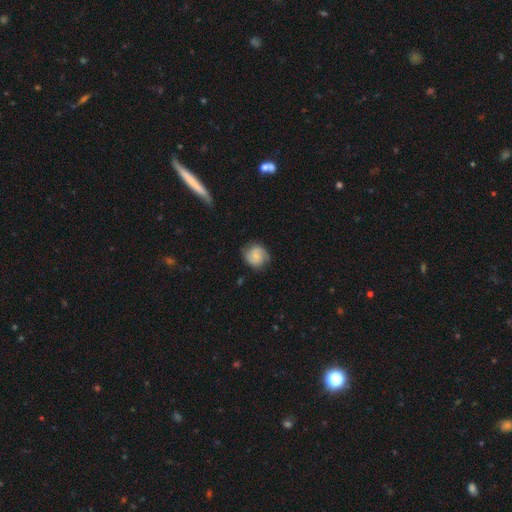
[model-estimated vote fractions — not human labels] A featured or disk galaxy (51%). Merging: none (77%).